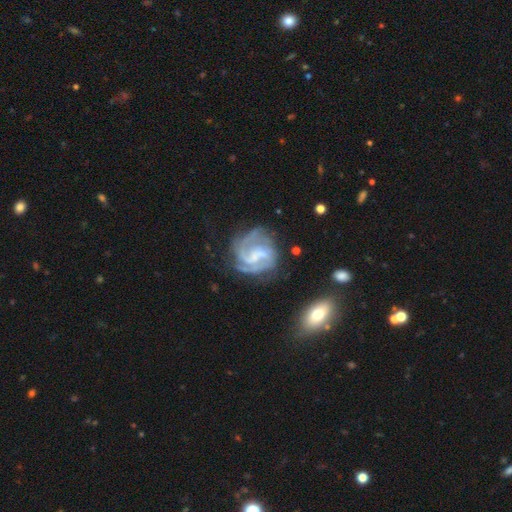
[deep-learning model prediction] Smooth or featured?
  - featured or disk: 87% *
  - smooth: 7%
  - star or artifact: 6%
Edge-on disk?
  - no: 98% *
  - yes: 2%
Bar?
  - weak: 50% *
  - no: 31%
  - strong: 19%
Spiral arms?
  - yes: 96% *
  - no: 4%
Spiral winding?
  - medium: 45% *
  - tight: 44%
  - loose: 11%
Spiral arm count?
  - 2: 36% *
  - 3: 34%
  - can't tell: 15%
  - 4: 6%
  - 1: 5%
  - more than 4: 4%
Bulge size?
  - small: 45% *
  - none: 28%
  - moderate: 23%
  - large: 3%
  - dominant: 1%
Merging?
  - none: 63% *
  - minor disturbance: 20%
  - major disturbance: 14%
  - merger: 3%